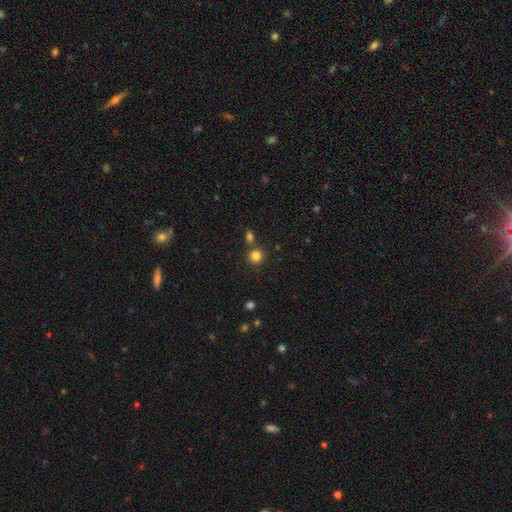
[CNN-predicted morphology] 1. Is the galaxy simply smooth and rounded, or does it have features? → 82% smooth, 13% star or artifact, 5% featured or disk.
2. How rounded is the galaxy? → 91% round, 9% in between, 1% cigar-shaped.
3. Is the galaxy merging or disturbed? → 73% none, 16% merger, 8% minor disturbance, 3% major disturbance.